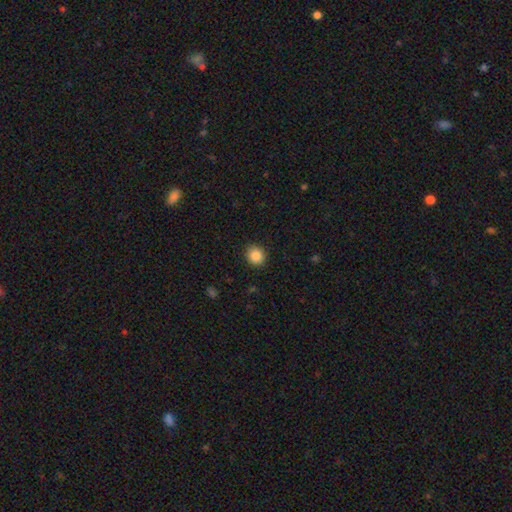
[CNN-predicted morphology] smooth 87%, star or artifact 9%, featured or disk 4%. Down the decision tree: how rounded — round (81%); merging — none (90%).